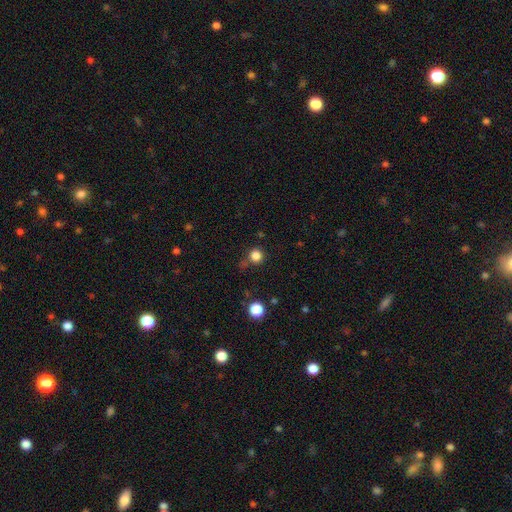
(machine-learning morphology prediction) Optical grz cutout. It shows a smooth galaxy with no disk features (82%) that is round (92%). Merging: none (72%).